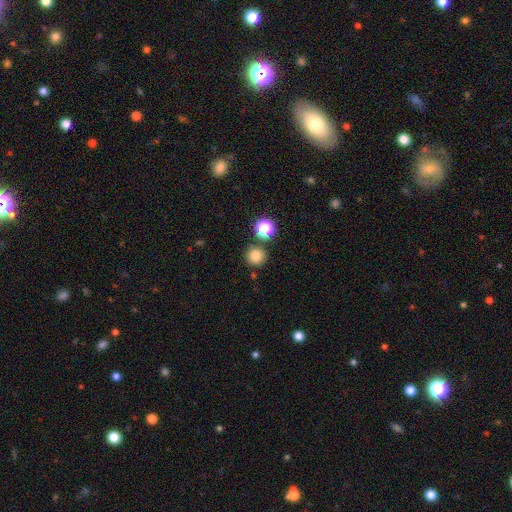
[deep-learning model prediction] Overall: smooth (79%). How rounded: round (94%). Merging: none (81%).